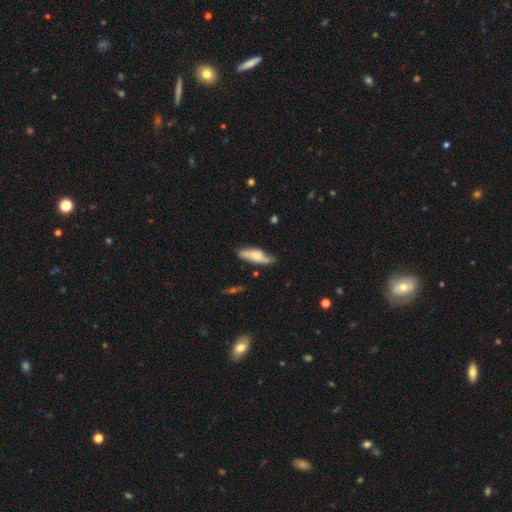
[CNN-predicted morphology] smooth_or_featured: smooth (p=0.54) [alt: featured or disk p=0.38]
how_rounded: in between (p=0.53) [alt: cigar-shaped p=0.45]
merging: none (p=0.61) [alt: minor disturbance p=0.28]